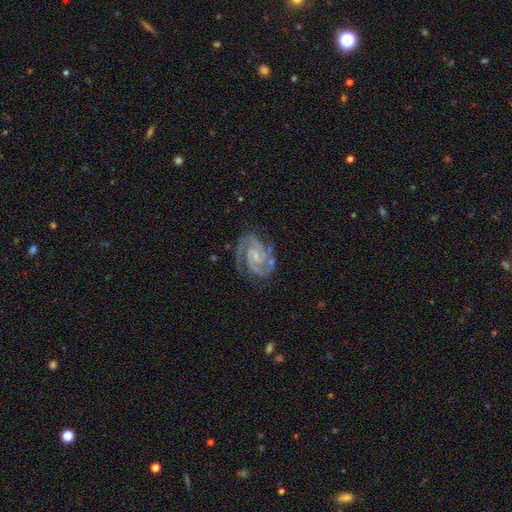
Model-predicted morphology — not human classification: smooth-or-featured: featured or disk: 92% | star or artifact: 5% | smooth: 3%
  disk-edge-on: no: 98% | yes: 2%
    bar: weak: 43% | no: 42% | strong: 15%
    has-spiral-arms: yes: 99% | no: 1%
      spiral-winding: tight: 55% | medium: 40% | loose: 5%
      spiral-arm-count: 2: 82% | 3: 10% | can't tell: 3% | 4: 2% | 1: 2% | more than 4: 2%
    bulge-size: small: 64% | none: 17% | moderate: 17% | large: 1% | dominant: 1%
  merging: none: 76% | minor disturbance: 16% | major disturbance: 6% | merger: 2%